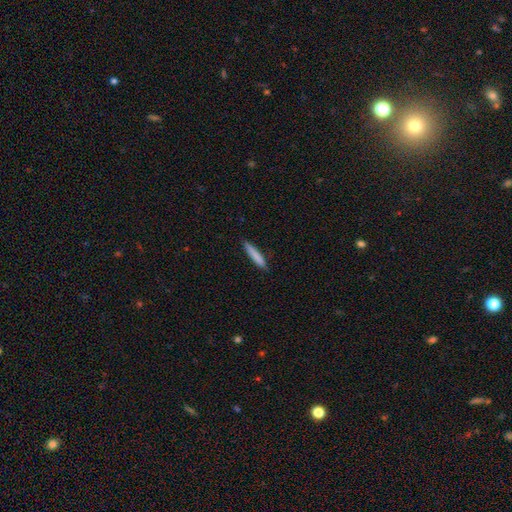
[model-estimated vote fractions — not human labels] Q: Smooth or featured?
A: smooth (82%); runner-up: featured or disk (12%)
Q: How rounded?
A: cigar-shaped (92%); runner-up: in between (7%)
Q: Merging?
A: none (88%); runner-up: minor disturbance (9%)